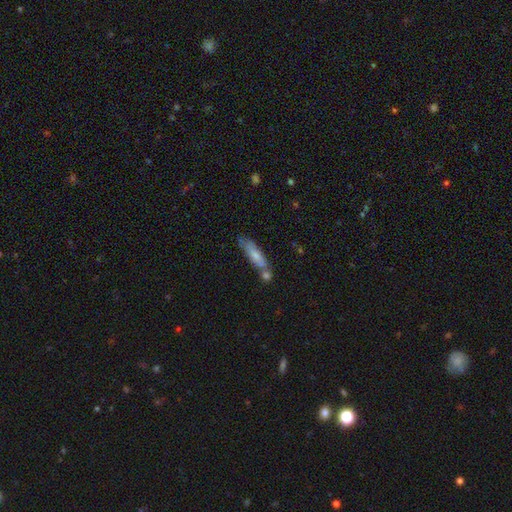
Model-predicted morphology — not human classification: smooth_or_featured: smooth (p=0.62) [alt: featured or disk p=0.31]
how_rounded: cigar-shaped (p=0.72) [alt: in between p=0.27]
merging: none (p=0.50) [alt: merger p=0.27]